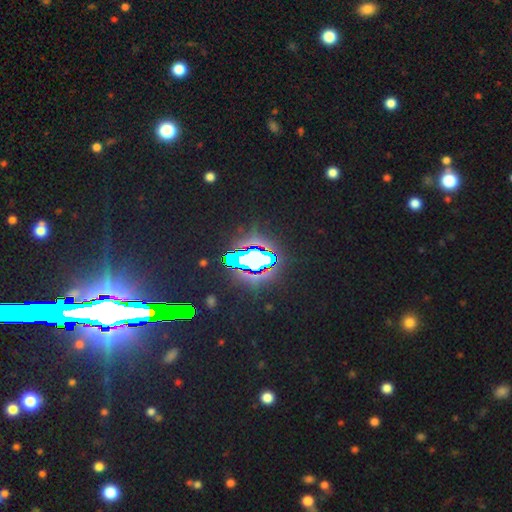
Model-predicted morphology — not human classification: Smooth or featured? star or artifact (70%)